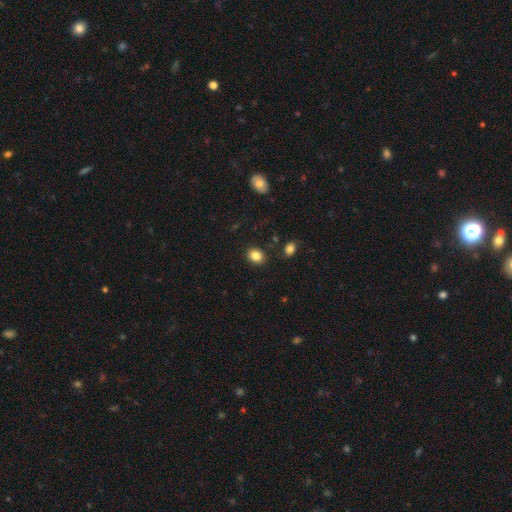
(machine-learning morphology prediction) smooth_or_featured: smooth (p=0.85) [alt: star or artifact p=0.10]
how_rounded: round (p=0.50) [alt: in between p=0.49]
merging: none (p=0.86) [alt: minor disturbance p=0.09]